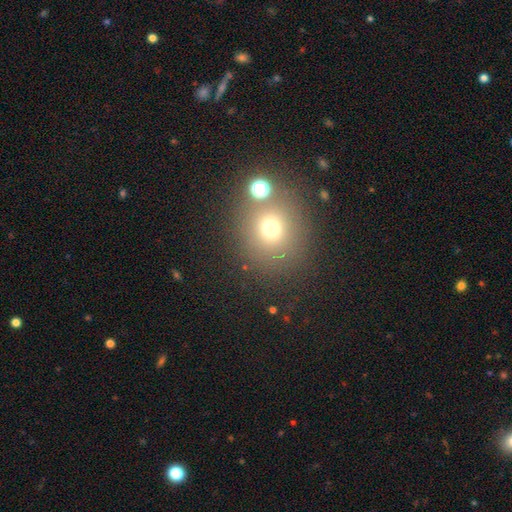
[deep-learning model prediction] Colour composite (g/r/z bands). It shows a smooth galaxy with no disk features (65%) that is round (84%). Merging: none (71%).